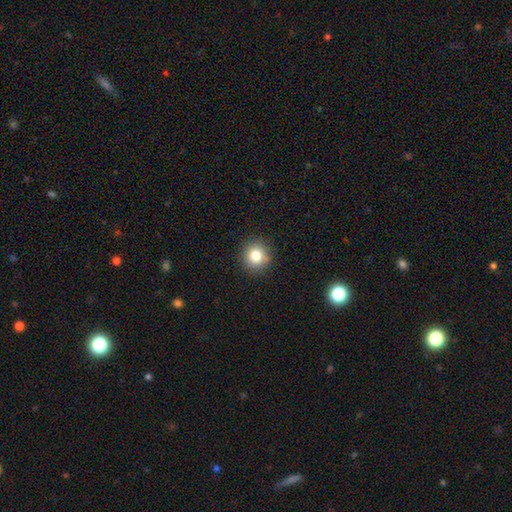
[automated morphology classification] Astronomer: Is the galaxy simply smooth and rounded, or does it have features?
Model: smooth — 80%.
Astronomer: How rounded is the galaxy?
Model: round — 92%.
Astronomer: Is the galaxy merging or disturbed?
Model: none — 89%.